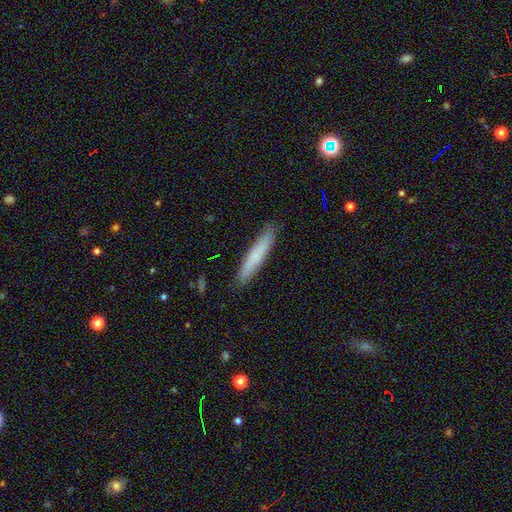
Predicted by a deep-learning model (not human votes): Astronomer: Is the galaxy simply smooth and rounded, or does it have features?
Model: smooth — 74%.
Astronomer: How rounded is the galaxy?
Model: cigar-shaped — 93%.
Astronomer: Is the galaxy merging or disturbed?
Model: none — 89%.